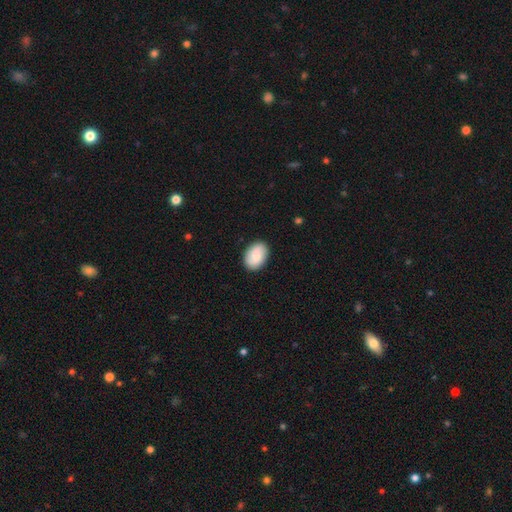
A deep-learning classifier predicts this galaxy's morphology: type=smooth (74%); roundness=in between (85%); merging=none (88%).